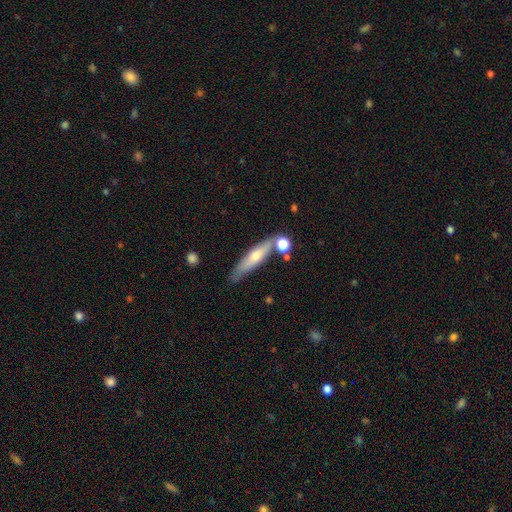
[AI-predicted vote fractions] smooth-or-featured: smooth: 53% | featured or disk: 40% | star or artifact: 7%
  how-rounded: cigar-shaped: 83% | in between: 15% | round: 2%
  merging: none: 70% | minor disturbance: 16% | merger: 11% | major disturbance: 4%